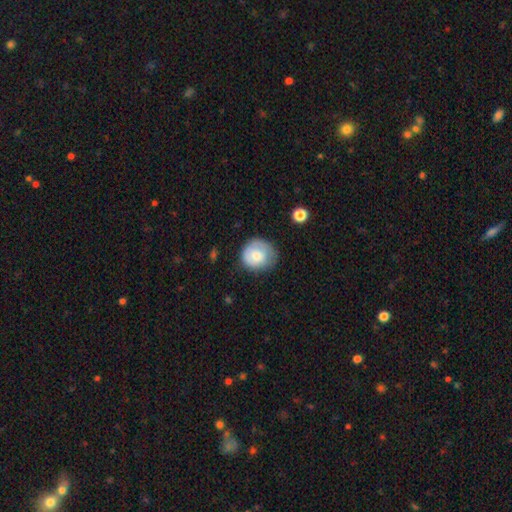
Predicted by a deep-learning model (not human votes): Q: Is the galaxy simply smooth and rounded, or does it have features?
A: smooth — 72%.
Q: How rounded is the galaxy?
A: round — 78%.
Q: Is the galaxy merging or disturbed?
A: none — 63%.